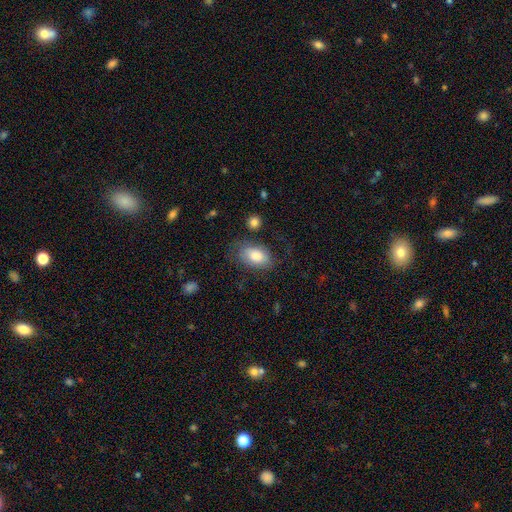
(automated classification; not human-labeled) Smooth or featured? Predicted: smooth (p=0.76). How rounded? Predicted: in between (p=0.91). Merging? Predicted: none (p=0.63).